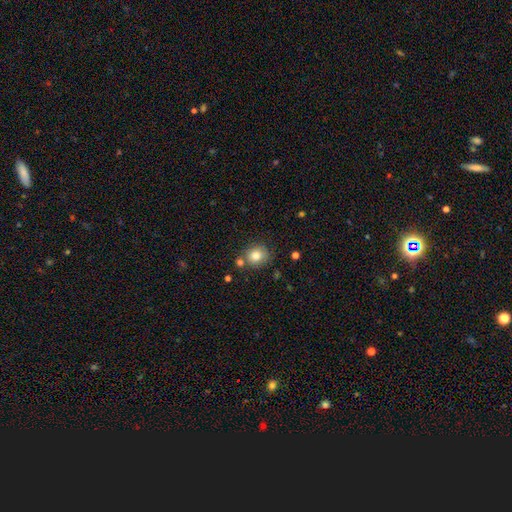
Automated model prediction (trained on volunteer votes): smooth_or_featured: smooth (p=0.82) [alt: star or artifact p=0.10]
how_rounded: round (p=0.75) [alt: in between p=0.24]
merging: none (p=0.73) [alt: minor disturbance p=0.13]